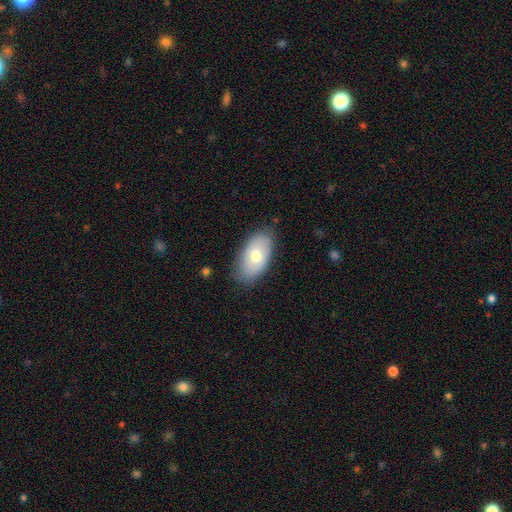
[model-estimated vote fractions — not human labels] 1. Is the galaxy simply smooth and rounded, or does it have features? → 66% smooth, 27% featured or disk, 7% star or artifact.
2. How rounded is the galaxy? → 93% in between, 5% round, 2% cigar-shaped.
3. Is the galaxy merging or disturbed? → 79% none, 16% minor disturbance, 3% major disturbance, 1% merger.